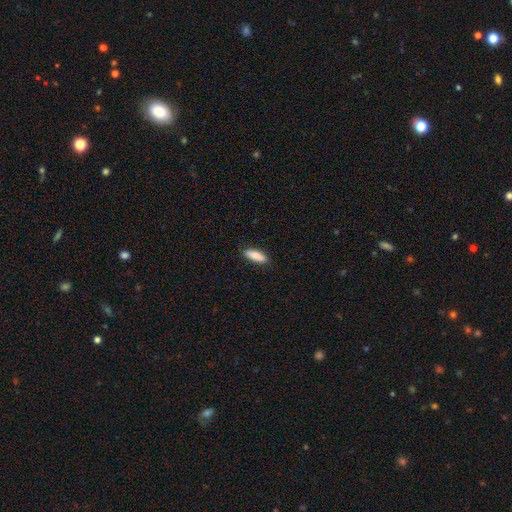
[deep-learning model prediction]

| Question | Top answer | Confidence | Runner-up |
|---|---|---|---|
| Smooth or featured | smooth | 87% | featured or disk (7%) |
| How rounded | cigar-shaped | 50% | in between (48%) |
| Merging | none | 88% | minor disturbance (9%) |